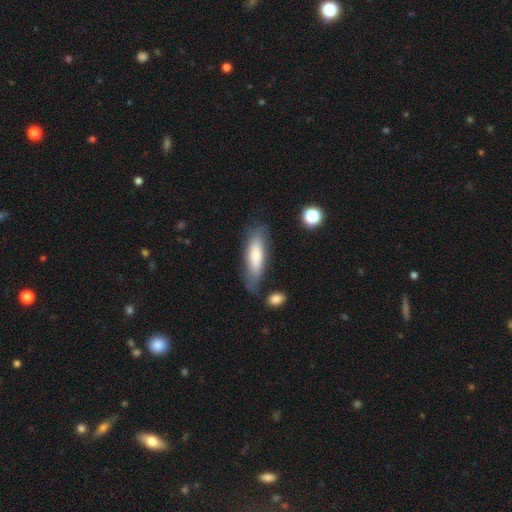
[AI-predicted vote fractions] Morphology: type=smooth (74%); roundness=cigar-shaped (56%); merging=none (68%).